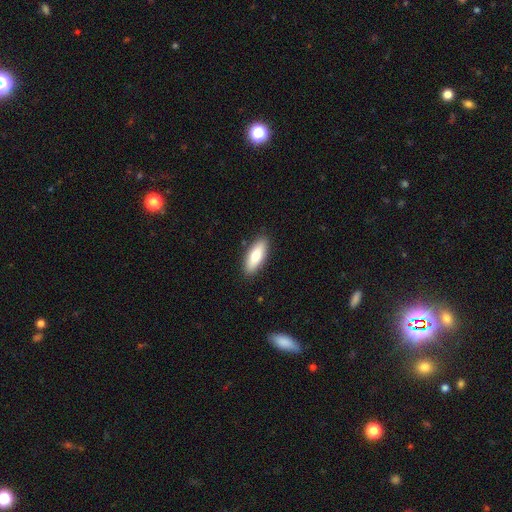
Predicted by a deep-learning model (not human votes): Smooth or featured: smooth — 76% (featured or disk — 19%)
How rounded: in between — 67% (cigar-shaped — 31%)
Merging: none — 88% (minor disturbance — 9%)